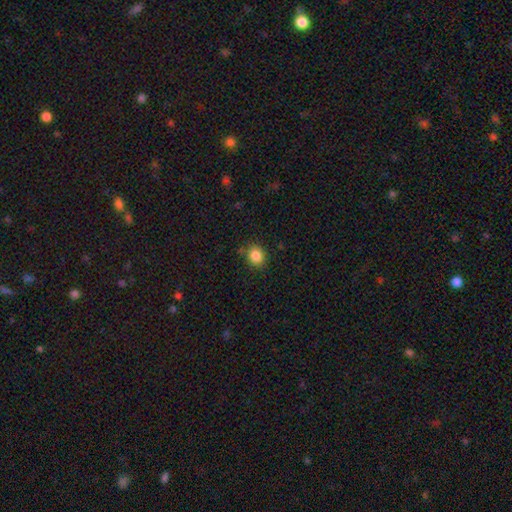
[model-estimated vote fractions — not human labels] smooth_or_featured: smooth (p=0.86) [alt: star or artifact p=0.10]
how_rounded: round (p=0.72) [alt: in between p=0.27]
merging: none (p=0.82) [alt: minor disturbance p=0.12]